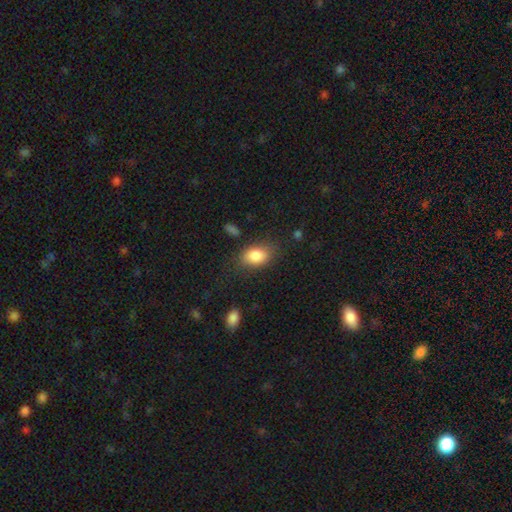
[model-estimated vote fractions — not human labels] Smooth or featured?
  - smooth: 85% *
  - star or artifact: 8%
  - featured or disk: 7%
How rounded?
  - in between: 82% *
  - round: 16%
  - cigar-shaped: 2%
Merging?
  - none: 73% *
  - minor disturbance: 18%
  - major disturbance: 7%
  - merger: 2%